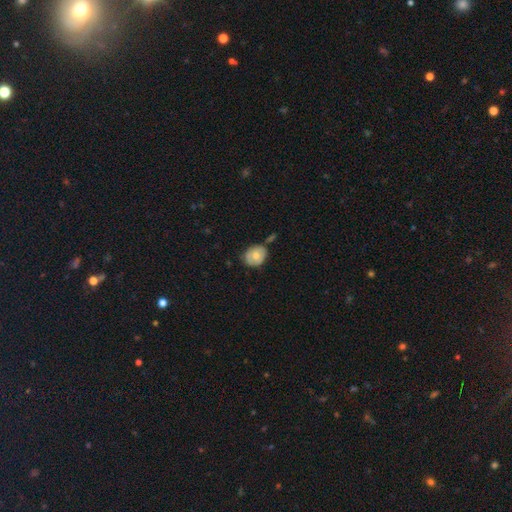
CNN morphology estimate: The model was most divided on "how rounded": round: 60%, in between: 39%, cigar-shaped: 1%. More confident: smooth or featured — smooth (67%); merging — none (62%).